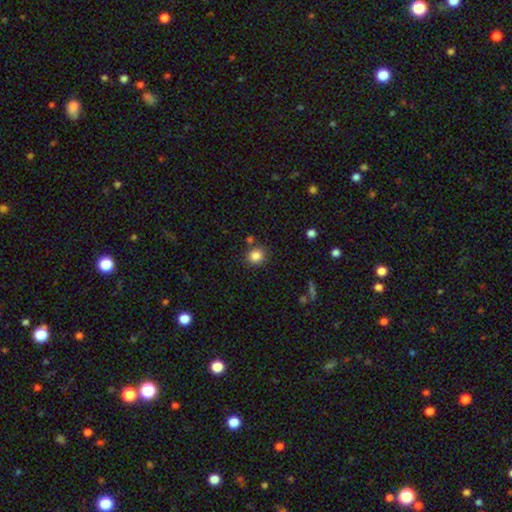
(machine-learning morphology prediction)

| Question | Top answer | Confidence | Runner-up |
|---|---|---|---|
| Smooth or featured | smooth | 84% | star or artifact (11%) |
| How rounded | round | 90% | in between (9%) |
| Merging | none | 82% | minor disturbance (8%) |